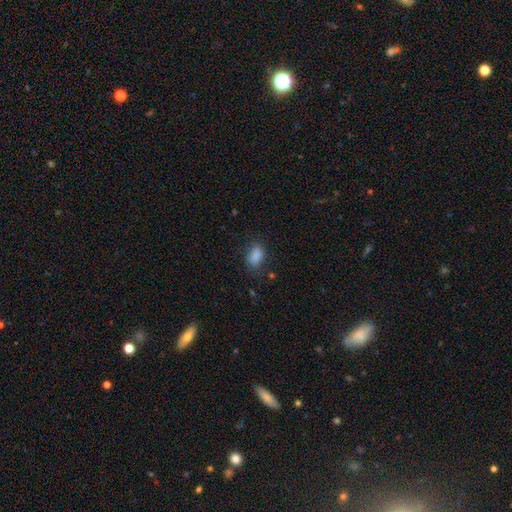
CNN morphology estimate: This appears to be a smooth galaxy with no disk features (85%) that is in between round and cigar-shaped (86%). Merging: none (68%).